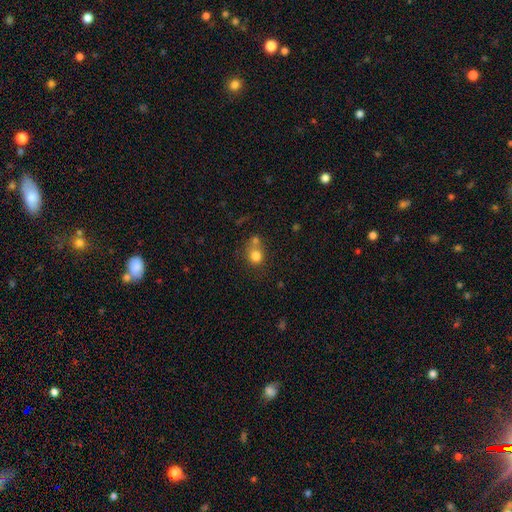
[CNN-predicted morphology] Smooth or featured: smooth — 79% (star or artifact — 12%)
How rounded: round — 79% (in between — 20%)
Merging: none — 49% (merger — 32%)